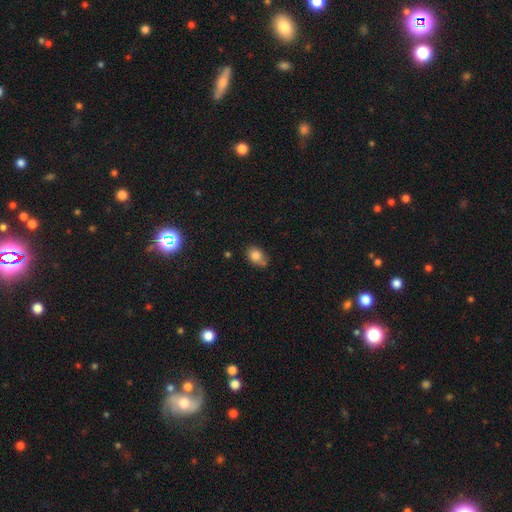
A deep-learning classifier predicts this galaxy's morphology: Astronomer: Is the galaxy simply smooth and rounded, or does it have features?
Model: smooth — 81%.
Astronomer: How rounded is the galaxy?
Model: in between — 63%.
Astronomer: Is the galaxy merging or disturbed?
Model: none — 55%.